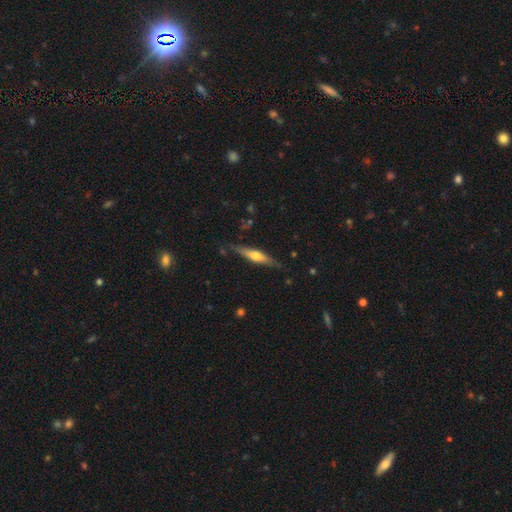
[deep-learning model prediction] Q: Smooth or featured?
A: featured or disk (53%); runner-up: smooth (41%)
Q: Edge-on disk?
A: yes (91%); runner-up: no (9%)
Q: Merging?
A: none (80%); runner-up: minor disturbance (15%)